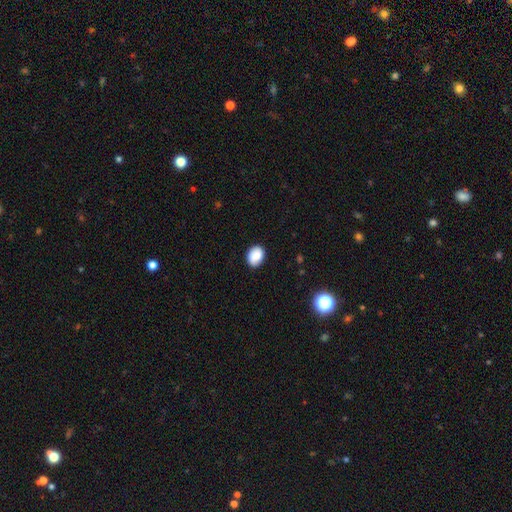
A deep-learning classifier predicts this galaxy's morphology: A smooth galaxy with no disk features (86%) that is in between round and cigar-shaped (68%). Merging: none (86%).